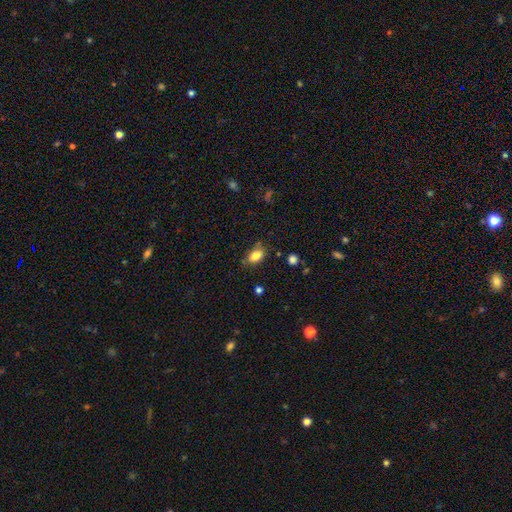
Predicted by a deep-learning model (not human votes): Morphology: type=smooth (83%); roundness=in between (85%); merging=none (72%).